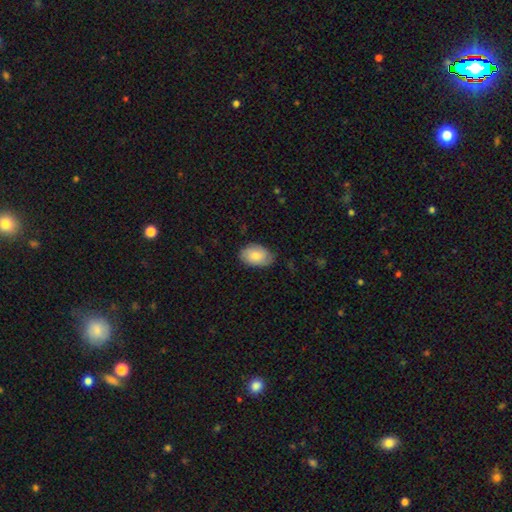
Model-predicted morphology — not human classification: smooth-or-featured: smooth: 77% | featured or disk: 17% | star or artifact: 6%
  how-rounded: in between: 89% | round: 10% | cigar-shaped: 1%
  merging: none: 75% | minor disturbance: 20% | major disturbance: 4% | merger: 1%